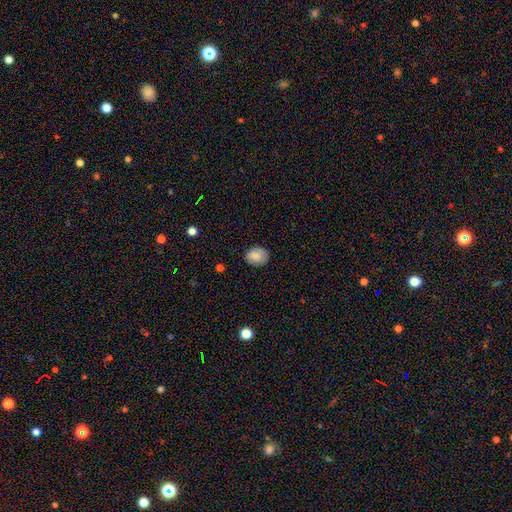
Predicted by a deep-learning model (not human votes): Smooth or featured? Predicted: smooth (p=0.82). How rounded? Predicted: in between (p=0.52). Merging? Predicted: none (p=0.81).